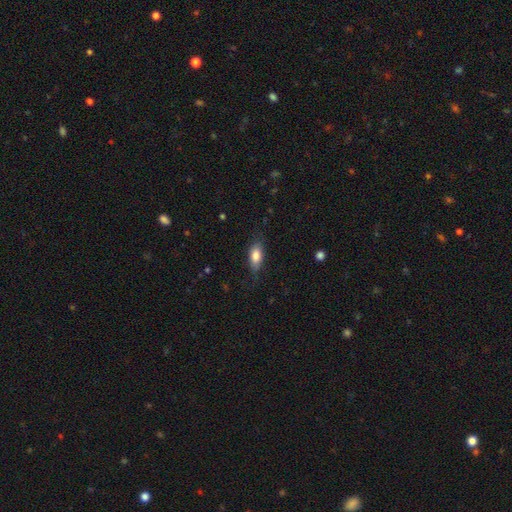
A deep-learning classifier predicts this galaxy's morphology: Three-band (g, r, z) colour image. It shows a smooth galaxy with no disk features (80%) that is in between round and cigar-shaped (82%). Merging: none (71%).